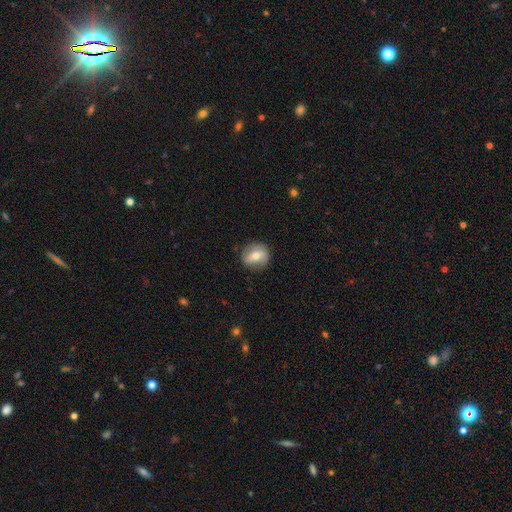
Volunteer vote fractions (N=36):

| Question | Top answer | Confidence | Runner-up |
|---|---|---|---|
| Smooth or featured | smooth | 58% | featured or disk (39%) |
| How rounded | round | 67% | in between (33%) |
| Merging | none | 74% | major disturbance (14%) |